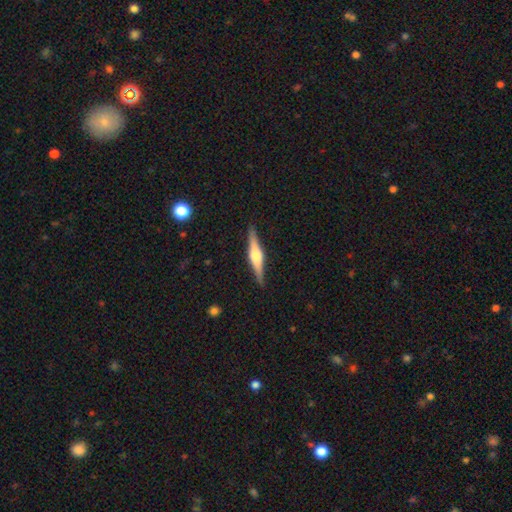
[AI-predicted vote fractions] A featured or disk galaxy (74%) viewed edge-on (98%) with a rounded central bulge (86%).

Vote fractions:
- Smooth or featured? featured or disk: 74% / smooth: 21% / star or artifact: 5%
- Edge-on disk? yes: 98% / no: 2%
- Edge-on bulge? rounded: 86% / boxy: 11% / none: 3%
- Merging? none: 91% / minor disturbance: 7% / major disturbance: 1% / merger: 1%